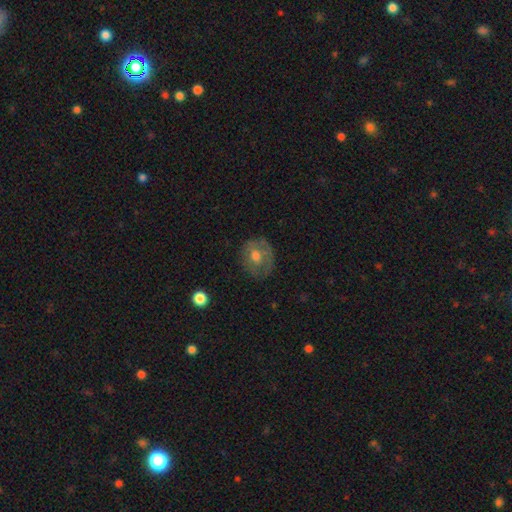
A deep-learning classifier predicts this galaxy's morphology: smooth 54%, featured or disk 38%, star or artifact 9%. Down the decision tree: how rounded — round (72%); merging — none (68%).